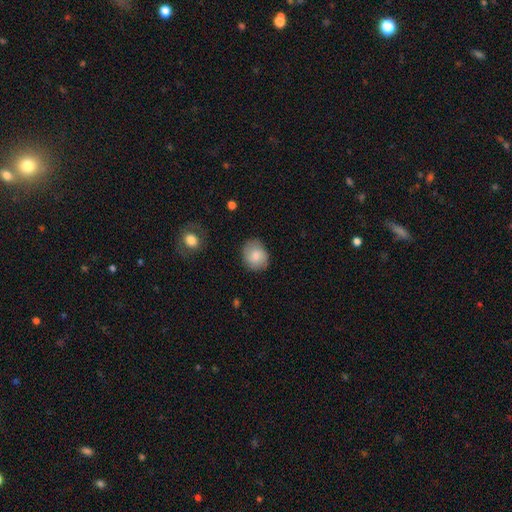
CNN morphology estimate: This is clearly a smooth galaxy (81%). How rounded: likely round (66%). Merging: clearly none (80%).